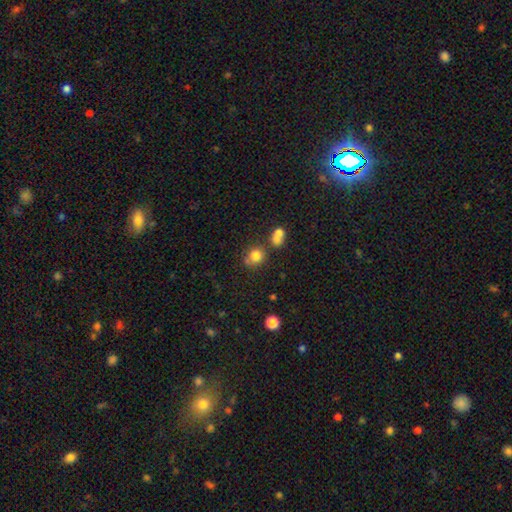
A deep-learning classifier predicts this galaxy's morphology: Q: Smooth or featured?
A: smooth (79%); runner-up: star or artifact (12%)
Q: How rounded?
A: round (79%); runner-up: in between (20%)
Q: Merging?
A: none (55%); runner-up: merger (28%)